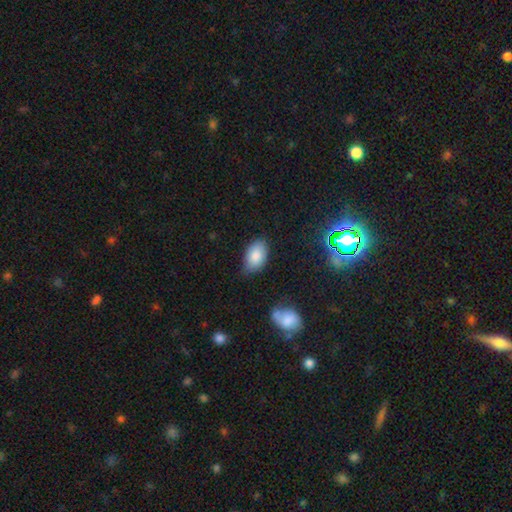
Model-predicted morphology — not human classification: Q: Smooth or featured?
A: smooth (84%); runner-up: featured or disk (8%)
Q: How rounded?
A: in between (91%); runner-up: round (7%)
Q: Merging?
A: none (70%); runner-up: minor disturbance (24%)